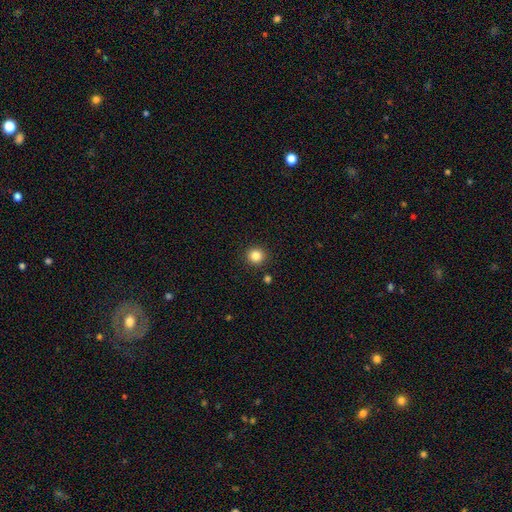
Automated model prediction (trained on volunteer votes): This is clearly a smooth galaxy (84%). How rounded: clearly round (94%). Merging: clearly none (91%).